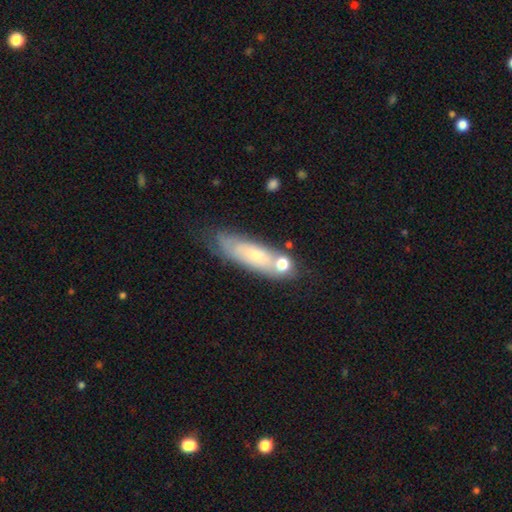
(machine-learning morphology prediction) smooth-or-featured: smooth: 49% | featured or disk: 42% | star or artifact: 9%
  merging: none: 51% | minor disturbance: 23% | merger: 16% | major disturbance: 10%